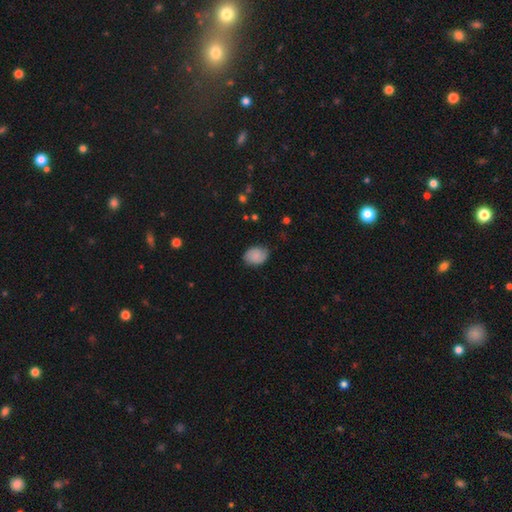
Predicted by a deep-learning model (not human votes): A smooth galaxy with no disk features (74%) that is in between round and cigar-shaped (73%).

Vote fractions:
- Smooth or featured? smooth: 74% / featured or disk: 17% / star or artifact: 8%
- How rounded? in between: 73% / round: 26% / cigar-shaped: 1%
- Merging? none: 74% / minor disturbance: 21% / major disturbance: 4% / merger: 1%